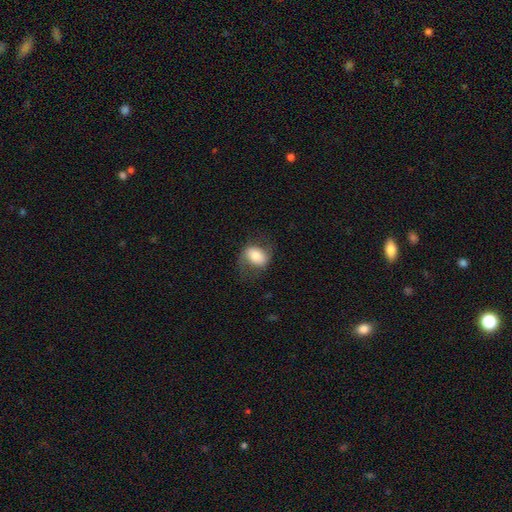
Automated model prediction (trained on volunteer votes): This is possibly a smooth galaxy (58%). How rounded: likely in between (67%). Merging: likely none (63%).